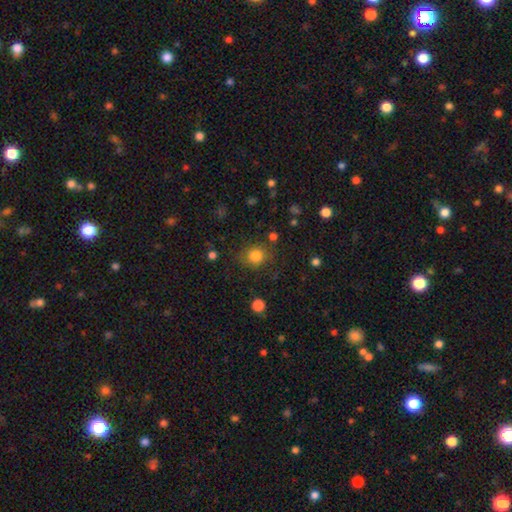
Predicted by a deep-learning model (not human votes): smooth-or-featured: smooth: 82% | star or artifact: 12% | featured or disk: 6%
  how-rounded: round: 83% | in between: 16% | cigar-shaped: 1%
  merging: none: 80% | minor disturbance: 12% | major disturbance: 5% | merger: 3%